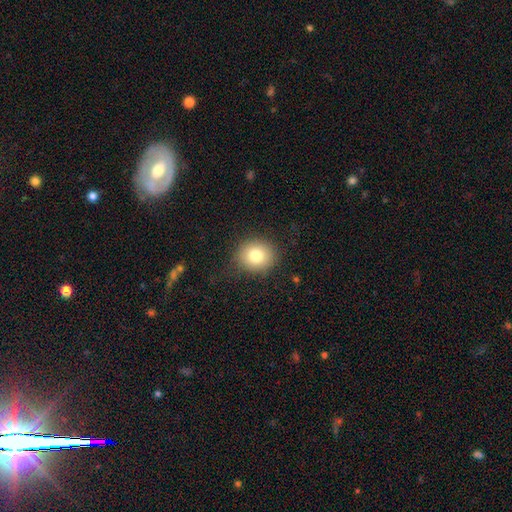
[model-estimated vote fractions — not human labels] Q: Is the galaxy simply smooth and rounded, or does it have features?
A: smooth — 80%.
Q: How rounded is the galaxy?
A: round — 78%.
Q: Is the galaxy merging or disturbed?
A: none — 84%.